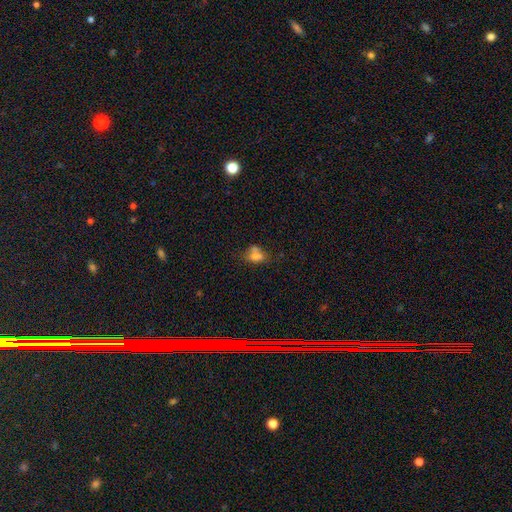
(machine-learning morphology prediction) type=smooth (70%); roundness=in between (73%); merging=none (42%).